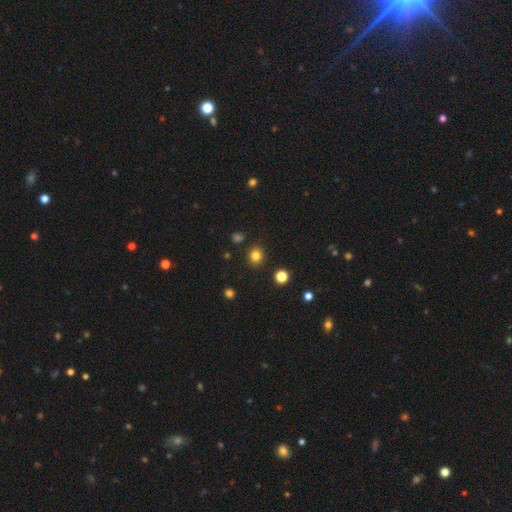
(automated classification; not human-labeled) Smooth or featured? Predicted: smooth (p=0.81). How rounded? Predicted: round (p=0.79). Merging? Predicted: none (p=0.88).